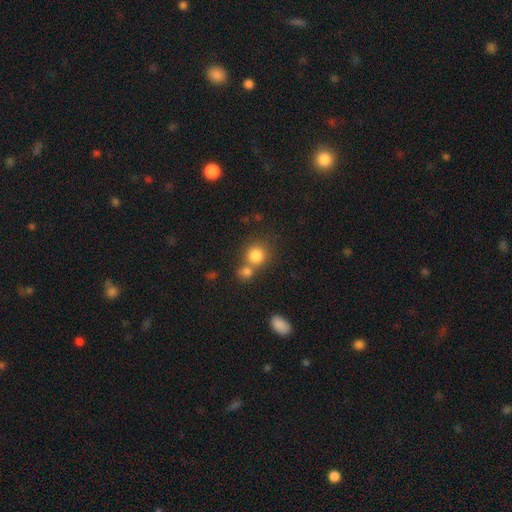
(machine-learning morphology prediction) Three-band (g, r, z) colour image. It shows a smooth galaxy with no disk features (81%) that is round (86%). Merging: none (50%).